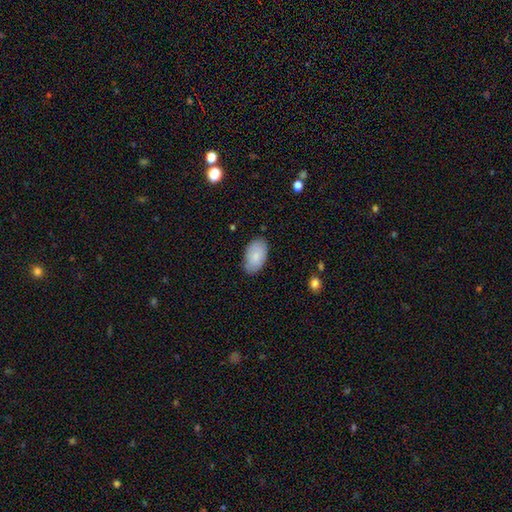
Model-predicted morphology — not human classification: Smooth or featured?
  - smooth: 84% *
  - featured or disk: 10%
  - star or artifact: 6%
How rounded?
  - in between: 94% *
  - round: 4%
  - cigar-shaped: 1%
Merging?
  - none: 81% *
  - minor disturbance: 15%
  - major disturbance: 3%
  - merger: 1%